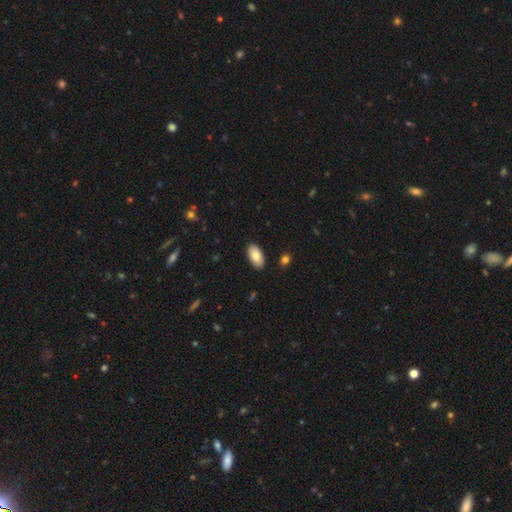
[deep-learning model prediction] A smooth galaxy with no disk features (83%) that is in between round and cigar-shaped (95%).

Vote fractions:
- Smooth or featured? smooth: 83% / featured or disk: 11% / star or artifact: 6%
- How rounded? in between: 95% / cigar-shaped: 3% / round: 2%
- Merging? none: 89% / minor disturbance: 8% / major disturbance: 2% / merger: 1%